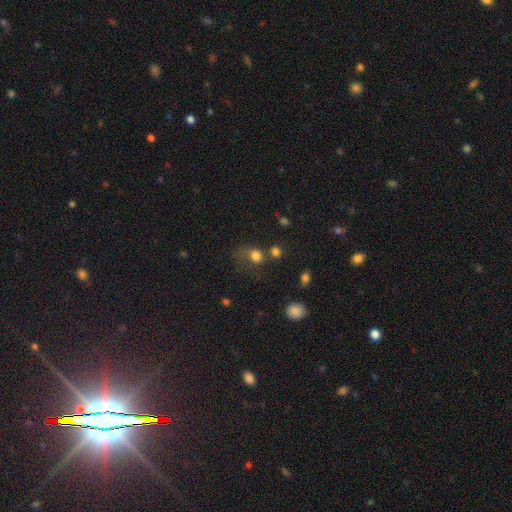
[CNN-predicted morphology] smooth 78%, star or artifact 13%, featured or disk 9%. Down the decision tree: how rounded — round (68%); merging — none (38%).